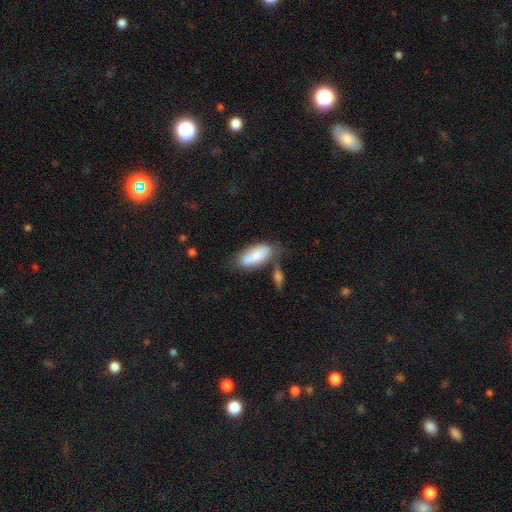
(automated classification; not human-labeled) Morphology: type=smooth (79%); roundness=in between (81%); merging=none (52%).